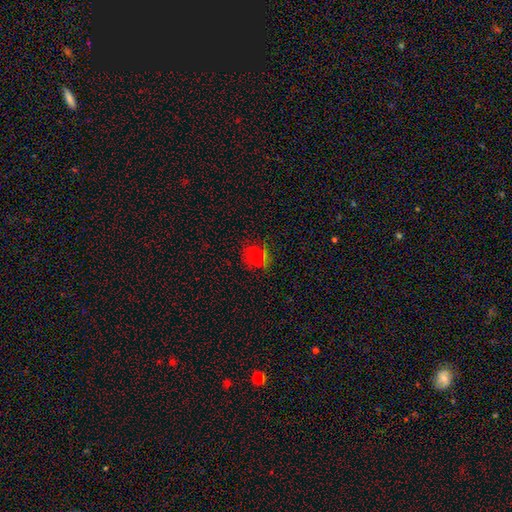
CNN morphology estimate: type=smooth (56%); roundness=round (78%); merging=none (77%).